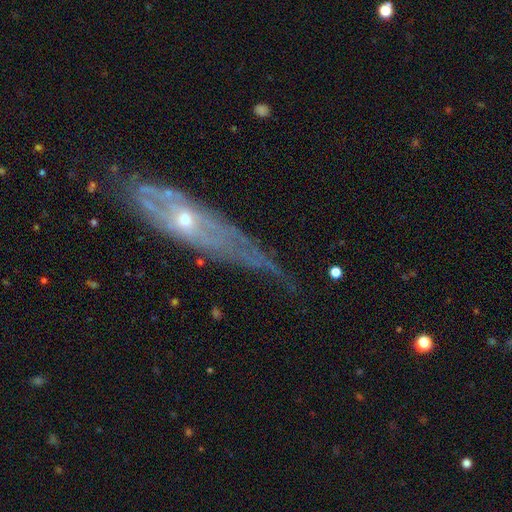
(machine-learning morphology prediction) Smooth or featured: featured or disk — 77% (smooth — 15%)
Edge-on disk: no — 63% (yes — 37%)
Merging: none — 50% (minor disturbance — 30%)